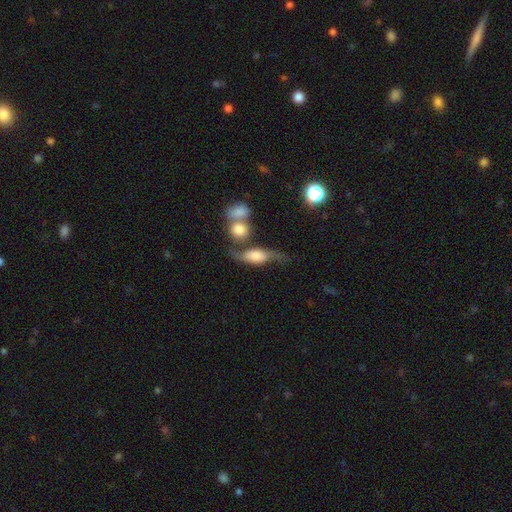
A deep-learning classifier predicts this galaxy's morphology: featured or disk 61%, smooth 32%, star or artifact 7%. Down the decision tree: edge-on disk — no (60%); merging — none (45%).